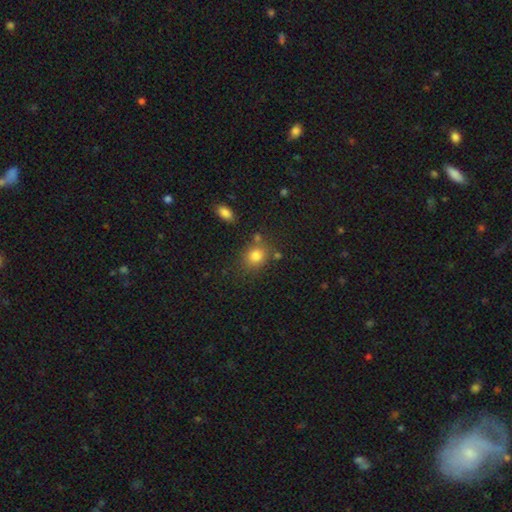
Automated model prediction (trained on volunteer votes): smooth-or-featured: smooth: 82% | star or artifact: 12% | featured or disk: 7%
  how-rounded: round: 66% | in between: 33% | cigar-shaped: 1%
  merging: none: 71% | minor disturbance: 14% | merger: 10% | major disturbance: 5%